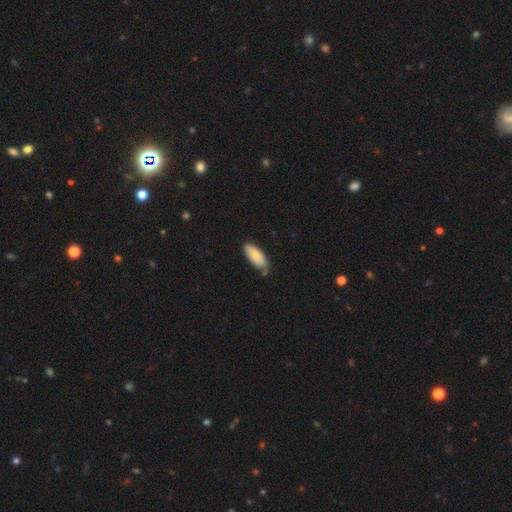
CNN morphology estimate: smooth_or_featured: smooth (p=0.78) [alt: featured or disk p=0.16]
how_rounded: in between (p=0.82) [alt: cigar-shaped p=0.17]
merging: none (p=0.74) [alt: minor disturbance p=0.18]